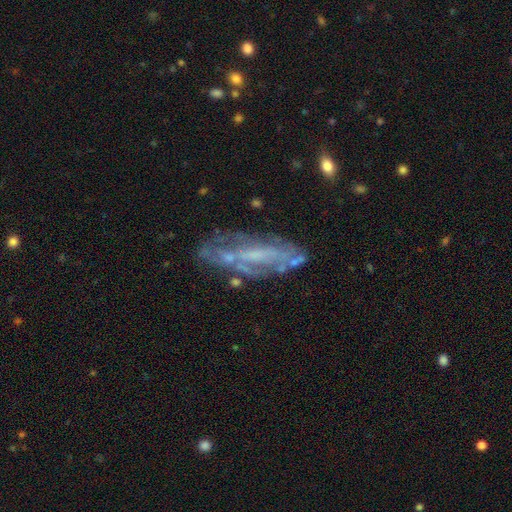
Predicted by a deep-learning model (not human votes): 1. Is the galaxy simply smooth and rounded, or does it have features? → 70% featured or disk, 20% smooth, 10% star or artifact.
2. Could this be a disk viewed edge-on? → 71% no, 29% yes.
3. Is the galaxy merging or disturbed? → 63% none, 21% minor disturbance, 11% major disturbance, 5% merger.